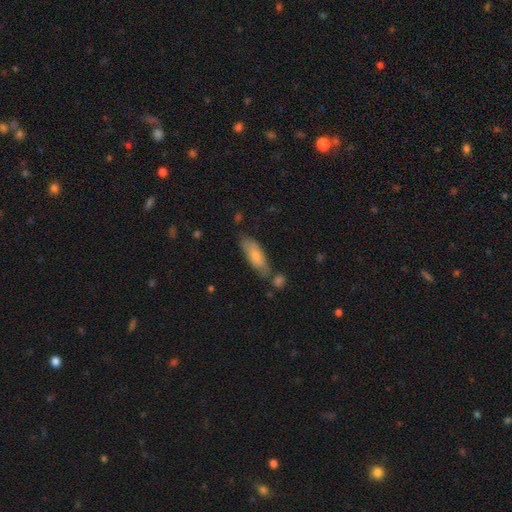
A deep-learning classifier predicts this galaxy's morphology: Smooth or featured: smooth — 74% (featured or disk — 20%)
How rounded: in between — 65% (cigar-shaped — 33%)
Merging: none — 64% (minor disturbance — 22%)